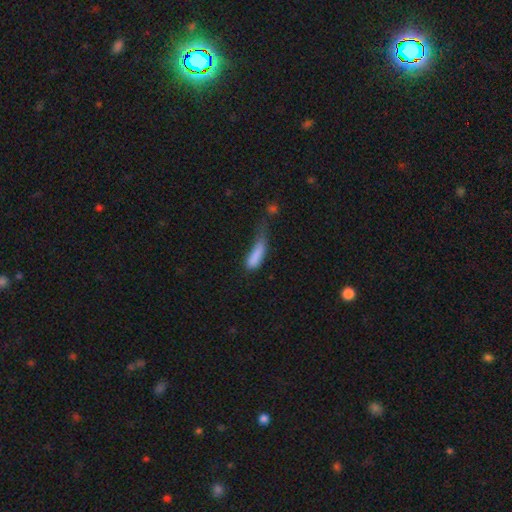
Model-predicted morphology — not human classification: A smooth galaxy with no disk features (82%) that is cigar-shaped (58%).

Vote fractions:
- Smooth or featured? smooth: 82% / featured or disk: 10% / star or artifact: 8%
- How rounded? cigar-shaped: 58% / in between: 39% / round: 3%
- Merging? major disturbance: 36% / minor disturbance: 34% / none: 24% / merger: 6%